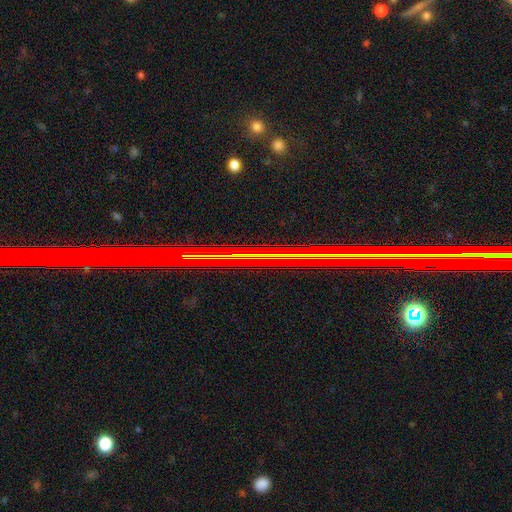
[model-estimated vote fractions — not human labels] Q: Smooth or featured?
A: star or artifact (77%); runner-up: featured or disk (13%)